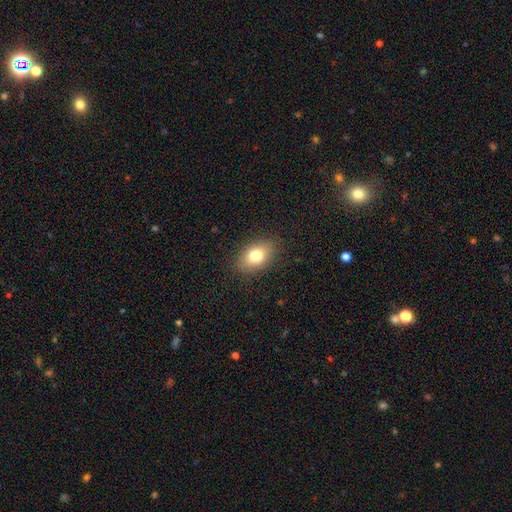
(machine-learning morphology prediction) smooth-or-featured: smooth: 78% | featured or disk: 12% | star or artifact: 10%
  how-rounded: in between: 82% | round: 16% | cigar-shaped: 2%
  merging: none: 87% | minor disturbance: 9% | major disturbance: 3% | merger: 1%